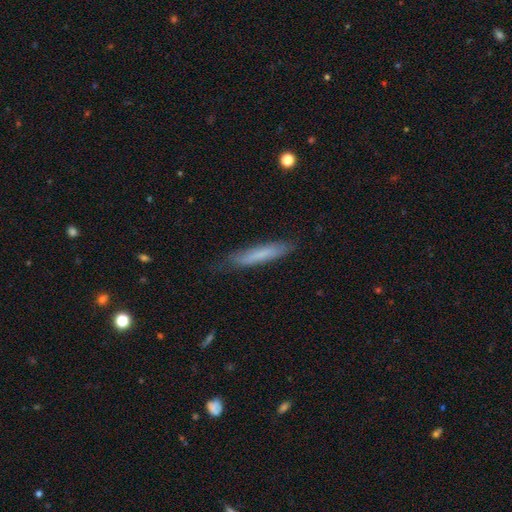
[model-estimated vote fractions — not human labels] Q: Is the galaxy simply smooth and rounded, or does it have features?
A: smooth — 66%.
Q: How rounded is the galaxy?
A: cigar-shaped — 91%.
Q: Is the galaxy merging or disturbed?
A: none — 81%.